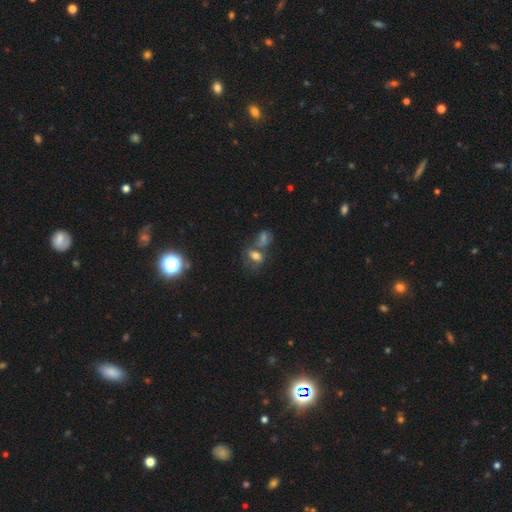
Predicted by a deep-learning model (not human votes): Smooth or featured?
  - smooth: 58% *
  - featured or disk: 22%
  - star or artifact: 21%
How rounded?
  - in between: 76% *
  - round: 19%
  - cigar-shaped: 5%
Merging?
  - merger: 38% * (tied)
  - none: 38% * (tied)
  - minor disturbance: 15%
  - major disturbance: 9%